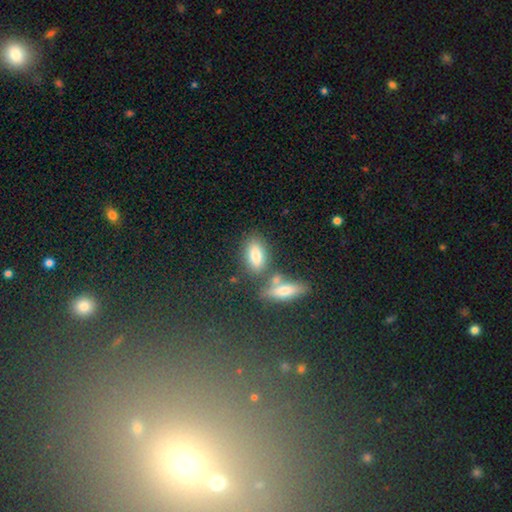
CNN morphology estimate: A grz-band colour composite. It shows a smooth galaxy with no disk features (80%) that is in between round and cigar-shaped (86%). Merging: none (62%).